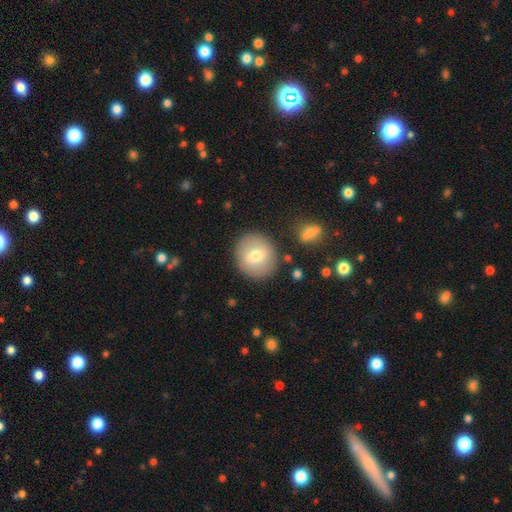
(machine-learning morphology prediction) This appears to be a smooth galaxy with no disk features (66%) that is round (87%). Merging: none (85%).